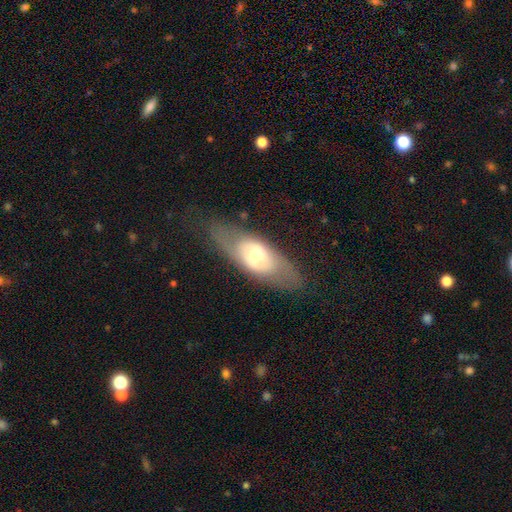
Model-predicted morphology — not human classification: Overall: featured or disk (50%; smooth 43%). Edge-on disk: no (75%). Merging: none (72%).